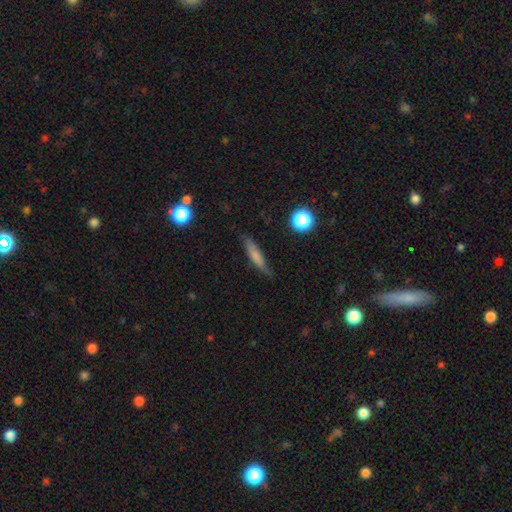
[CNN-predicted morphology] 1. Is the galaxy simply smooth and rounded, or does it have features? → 63% smooth, 28% featured or disk, 9% star or artifact.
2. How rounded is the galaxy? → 83% cigar-shaped, 14% in between, 3% round.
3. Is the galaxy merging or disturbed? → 77% none, 17% minor disturbance, 4% major disturbance, 2% merger.